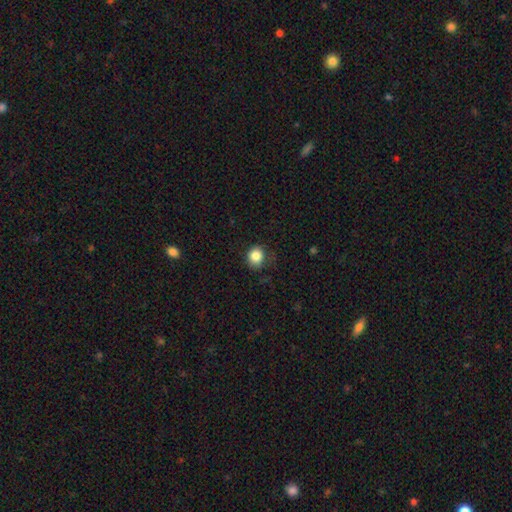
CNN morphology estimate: A smooth galaxy with no disk features (85%) that is round (80%).

Vote fractions:
- Smooth or featured? smooth: 85% / star or artifact: 11% / featured or disk: 5%
- How rounded? round: 80% / in between: 19% / cigar-shaped: 1%
- Merging? none: 77% / minor disturbance: 17% / major disturbance: 5% / merger: 1%